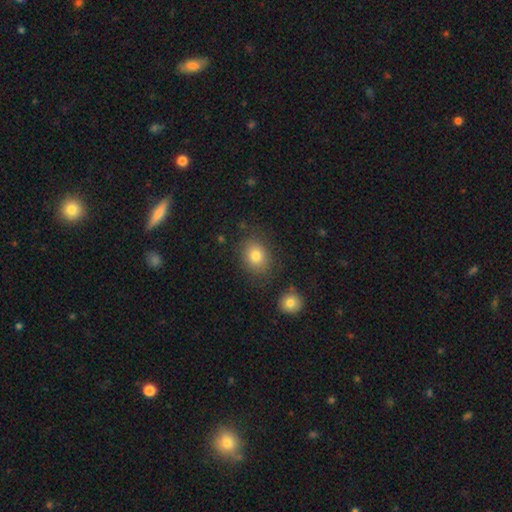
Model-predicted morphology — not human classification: This is clearly a smooth galaxy (81%). How rounded: possibly round (56%). Merging: likely none (79%).